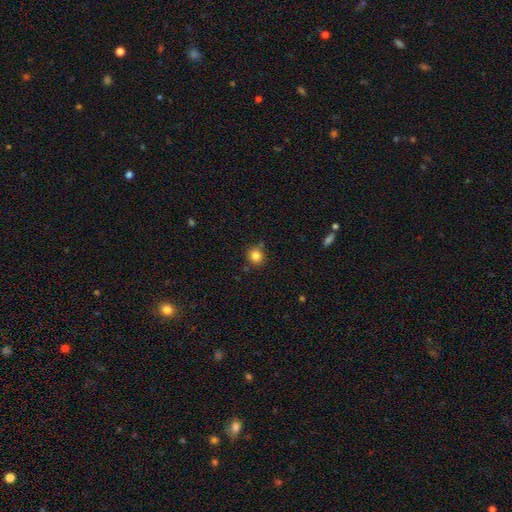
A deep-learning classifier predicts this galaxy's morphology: Overall: smooth (83%). How rounded: round (91%). Merging: none (78%).